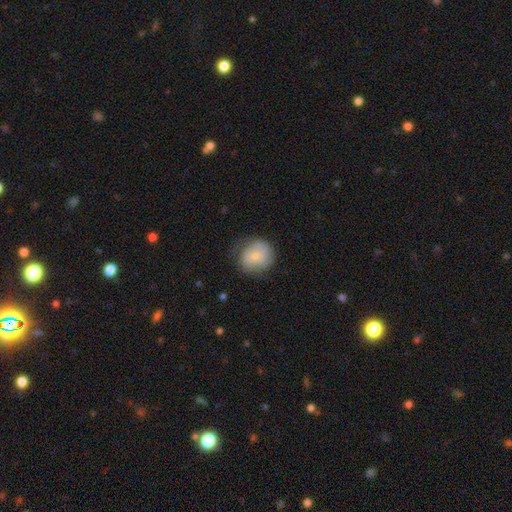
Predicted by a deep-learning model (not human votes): This appears to be a smooth galaxy with no disk features (73%) that is round (76%). Merging: none (62%).